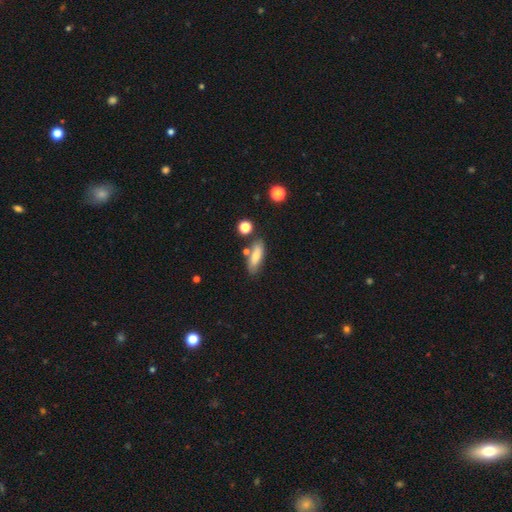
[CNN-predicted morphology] smooth_or_featured: smooth (p=0.74) [alt: featured or disk p=0.18]
how_rounded: in between (p=0.60) [alt: cigar-shaped p=0.36]
merging: none (p=0.68) [alt: minor disturbance p=0.17]